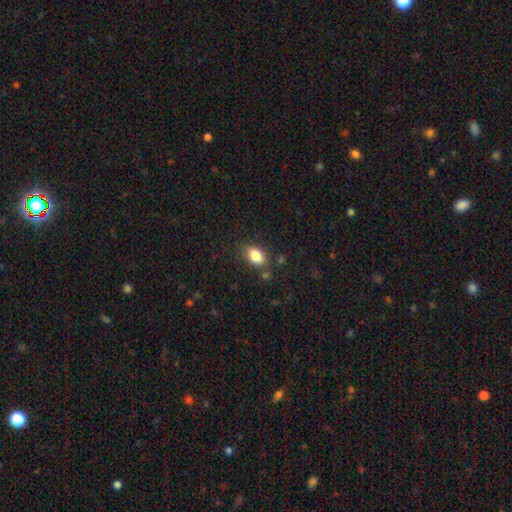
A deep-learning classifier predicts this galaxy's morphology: smooth-or-featured: smooth: 84% | star or artifact: 9% | featured or disk: 7%
  how-rounded: in between: 86% | round: 11% | cigar-shaped: 2%
  merging: none: 76% | minor disturbance: 16% | major disturbance: 4% | merger: 3%